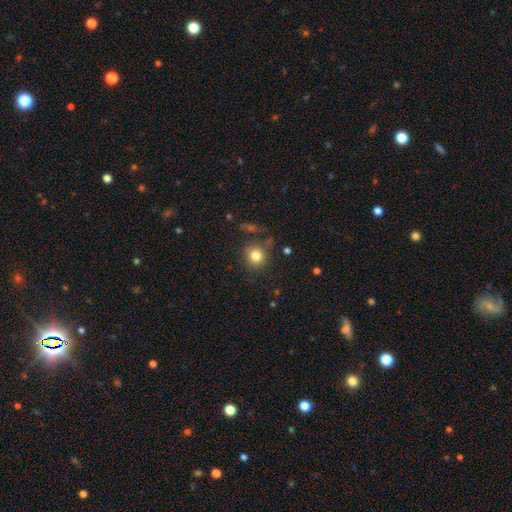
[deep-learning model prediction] This appears to be a smooth galaxy with no disk features (81%) that is round (89%). Merging: none (78%).